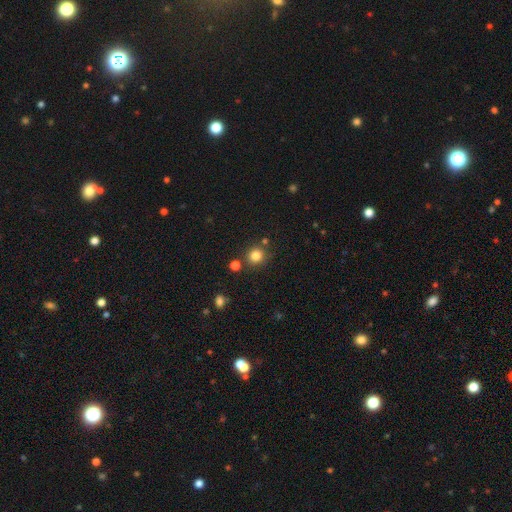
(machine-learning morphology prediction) A smooth galaxy with no disk features (81%) that is round (90%).

Vote fractions:
- Smooth or featured? smooth: 81% / star or artifact: 13% / featured or disk: 6%
- How rounded? round: 90% / in between: 9% / cigar-shaped: 1%
- Merging? none: 80% / minor disturbance: 9% / merger: 8% / major disturbance: 3%